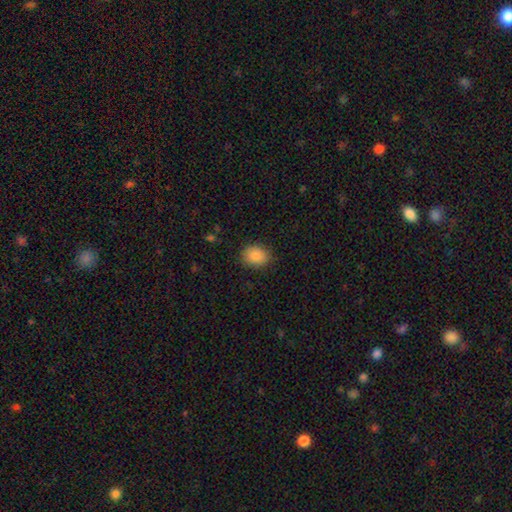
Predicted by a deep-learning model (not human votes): Smooth or featured? Predicted: smooth (p=0.87). How rounded? Predicted: round (p=0.51). Merging? Predicted: none (p=0.85).